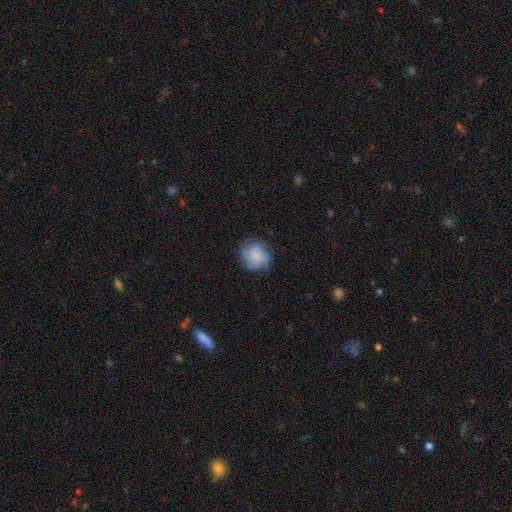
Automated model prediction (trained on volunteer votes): This is possibly a smooth galaxy (51%). How rounded: clearly round (80%). Merging: likely none (72%).